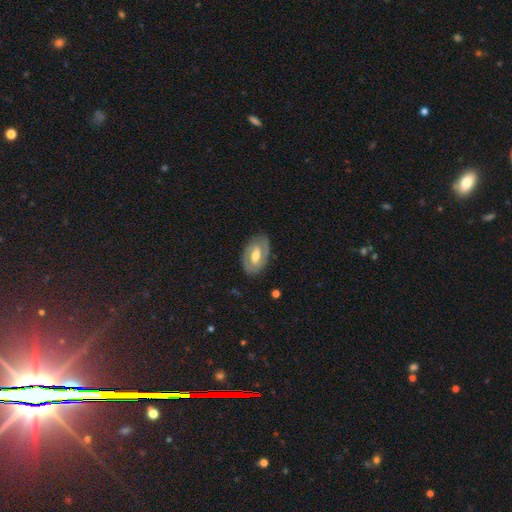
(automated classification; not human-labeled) A featured or disk galaxy (69%) with a weak bar (43%), spiral arms (64%) and a moderate central bulge (67%).

Vote fractions:
- Smooth or featured? featured or disk: 69% / smooth: 26% / star or artifact: 5%
- Edge-on disk? no: 93% / yes: 7%
- Bar? weak: 43% / strong: 32% / no: 24%
- Spiral arms? yes: 64% / no: 36%
- Bulge size? moderate: 67% / small: 16% / large: 14% / none: 2% / dominant: 1%
- Merging? none: 79% / minor disturbance: 15% / major disturbance: 5% / merger: 1%